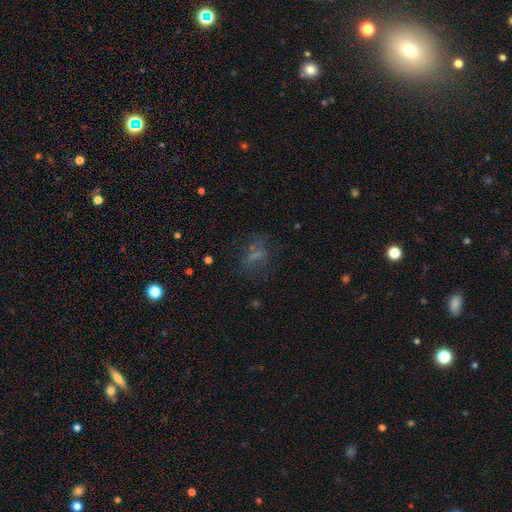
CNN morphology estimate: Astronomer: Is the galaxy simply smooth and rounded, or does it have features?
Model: smooth — 48% (runner-up: featured or disk, 27%).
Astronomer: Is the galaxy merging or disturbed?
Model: none — 61%.